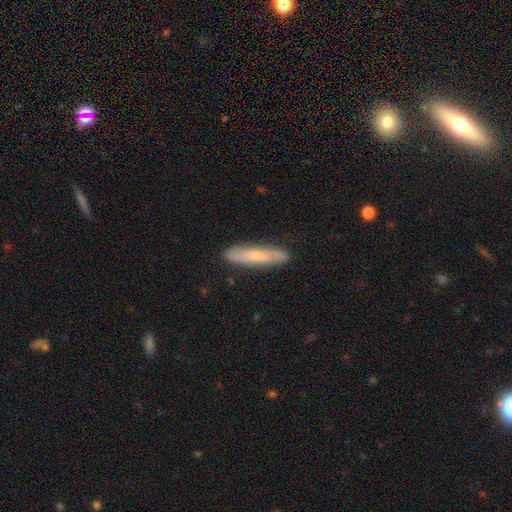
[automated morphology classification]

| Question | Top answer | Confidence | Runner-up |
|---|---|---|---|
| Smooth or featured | smooth | 56% | featured or disk (38%) |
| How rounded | cigar-shaped | 85% | in between (13%) |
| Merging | none | 86% | minor disturbance (10%) |